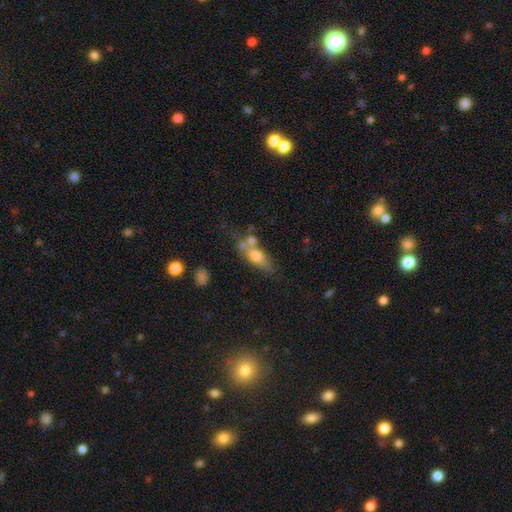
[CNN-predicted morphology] smooth 64%, featured or disk 28%, star or artifact 9%. Down the decision tree: how rounded — in between (70%); merging — merger (37%).